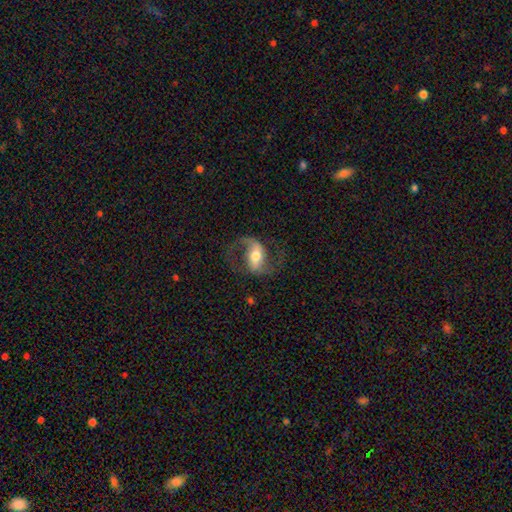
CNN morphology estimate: featured or disk 83%, smooth 11%, star or artifact 6%. Down the decision tree: edge-on disk — no (96%); bar — strong (45%); spiral arms — yes (94%); spiral arm count — 2 (88%); spiral winding — medium (46%, tied with loose); bulge size — moderate (65%); merging — none (71%).